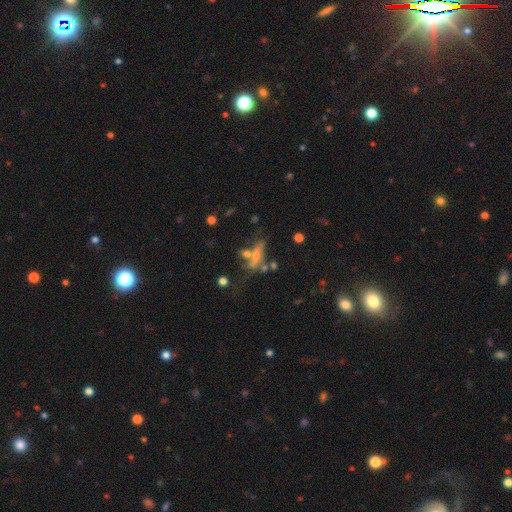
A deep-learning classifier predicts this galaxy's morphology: Overall: featured or disk (46%; smooth 37%). Merging: none (46%; merger 22%).